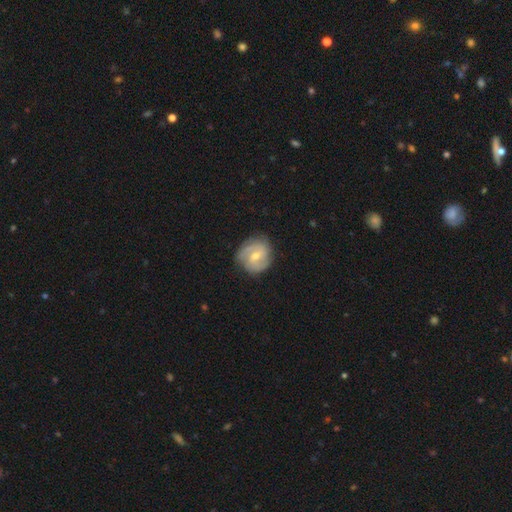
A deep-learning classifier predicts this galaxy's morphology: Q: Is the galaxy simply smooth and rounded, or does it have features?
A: featured or disk — 71%.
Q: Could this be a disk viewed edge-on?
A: no — 98%.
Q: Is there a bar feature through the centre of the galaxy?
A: weak — 52%.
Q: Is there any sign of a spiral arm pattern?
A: yes — 92%.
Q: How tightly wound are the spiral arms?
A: tight — 48%.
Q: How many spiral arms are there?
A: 2 — 57%.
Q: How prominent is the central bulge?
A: moderate — 52%.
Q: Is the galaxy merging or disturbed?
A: none — 75%.